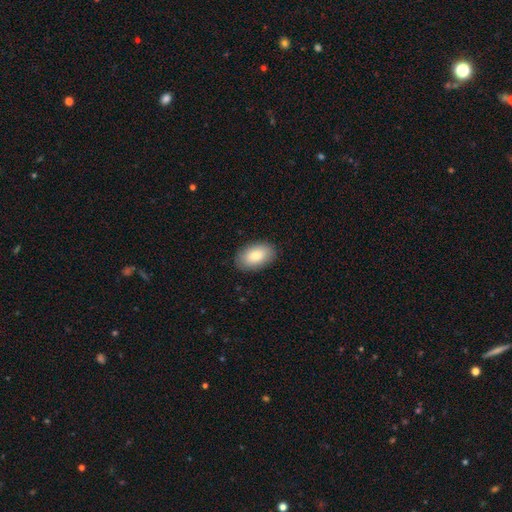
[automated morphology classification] smooth_or_featured: smooth (p=0.85) [alt: featured or disk p=0.09]
how_rounded: in between (p=0.94) [alt: round p=0.05]
merging: none (p=0.88) [alt: minor disturbance p=0.09]